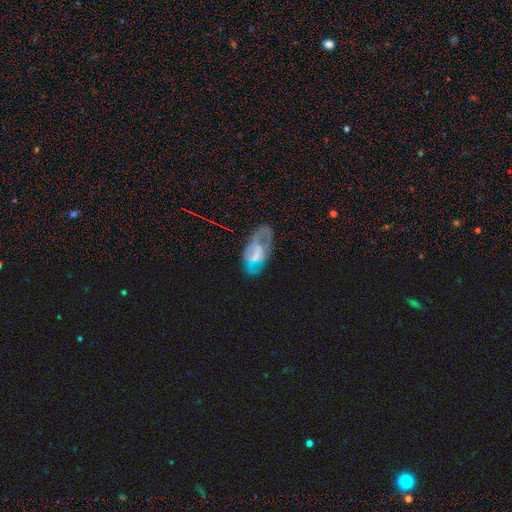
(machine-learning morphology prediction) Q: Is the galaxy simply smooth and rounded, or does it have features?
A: featured or disk — 50%.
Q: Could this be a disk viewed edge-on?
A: no — 92%.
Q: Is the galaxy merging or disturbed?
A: none — 37%.